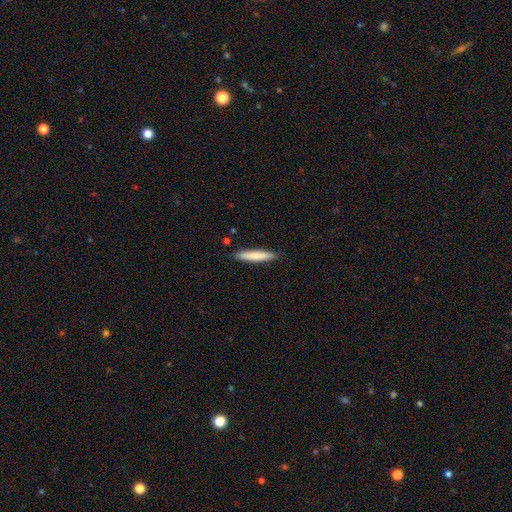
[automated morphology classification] type=smooth (77%); roundness=cigar-shaped (92%); merging=none (89%).